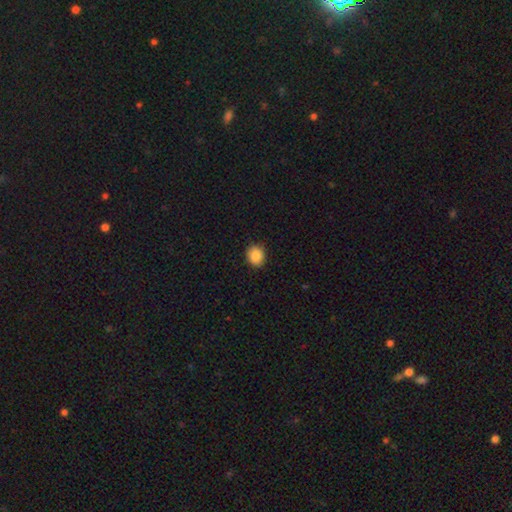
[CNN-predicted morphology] smooth_or_featured: smooth (p=0.87) [alt: star or artifact p=0.09]
how_rounded: round (p=0.72) [alt: in between p=0.27]
merging: none (p=0.86) [alt: minor disturbance p=0.11]